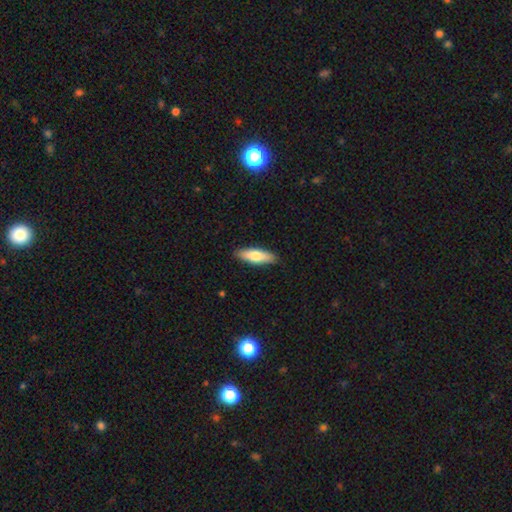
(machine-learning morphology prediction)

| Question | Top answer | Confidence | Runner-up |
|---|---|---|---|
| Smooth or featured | smooth | 74% | featured or disk (20%) |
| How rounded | in between | 51% | cigar-shaped (47%) |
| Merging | none | 89% | minor disturbance (9%) |